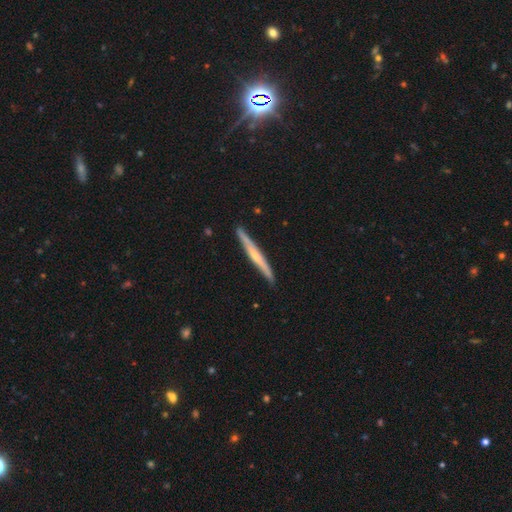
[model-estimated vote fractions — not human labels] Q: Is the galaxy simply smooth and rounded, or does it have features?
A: featured or disk — 60%.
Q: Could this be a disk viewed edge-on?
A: yes — 96%.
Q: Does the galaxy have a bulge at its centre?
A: none — 46%.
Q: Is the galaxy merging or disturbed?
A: none — 89%.